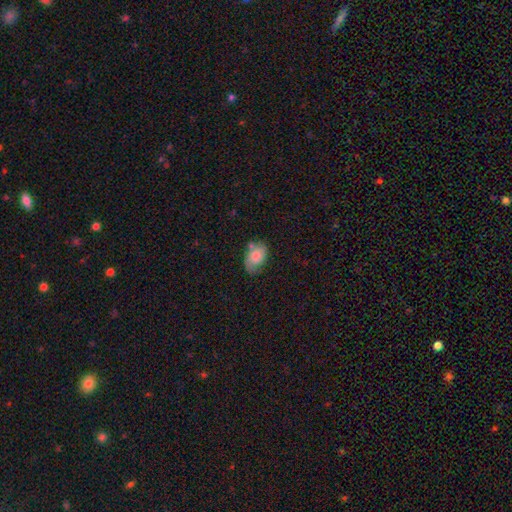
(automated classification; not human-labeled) Smooth or featured: smooth — 63% (featured or disk — 29%)
How rounded: in between — 87% (round — 11%)
Merging: none — 53% (minor disturbance — 29%)